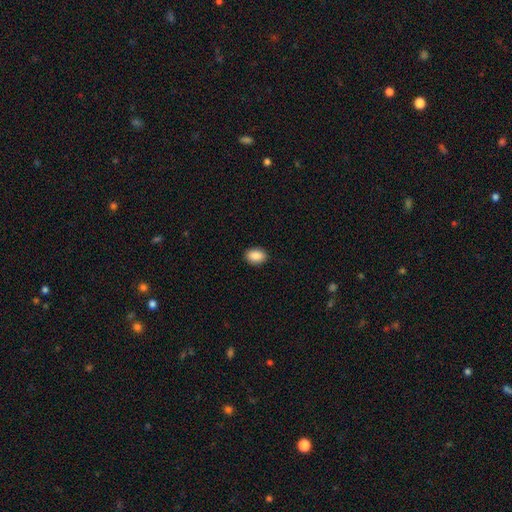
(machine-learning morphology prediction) Overall: smooth (89%). How rounded: in between (78%). Merging: none (90%).